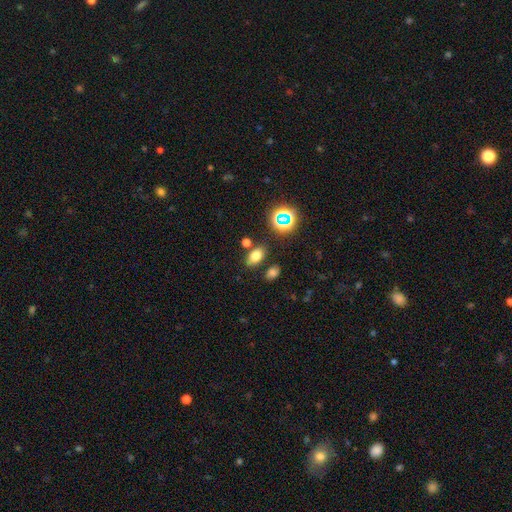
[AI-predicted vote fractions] Smooth or featured? Predicted: smooth (p=0.72). How rounded? Predicted: in between (p=0.83). Merging? Predicted: none (p=0.79).